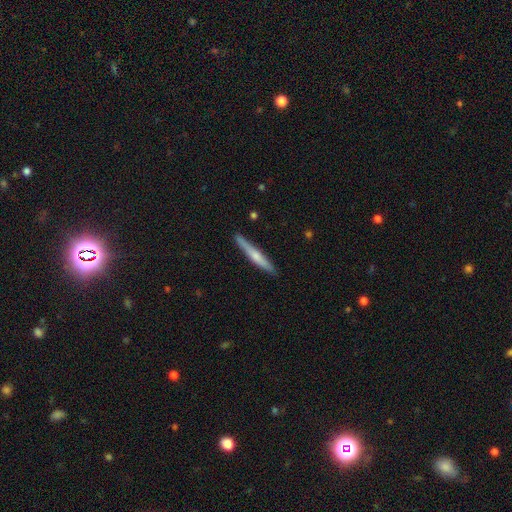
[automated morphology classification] The model was most divided on "smooth or featured": smooth: 50%, featured or disk: 44%, star or artifact: 6%. More confident: how rounded — cigar-shaped (95%); merging — none (89%).